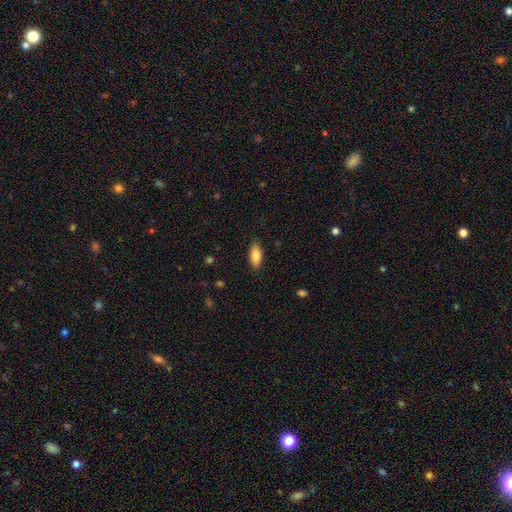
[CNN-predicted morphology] A smooth galaxy with no disk features (85%) that is in between round and cigar-shaped (80%). Merging: none (86%).